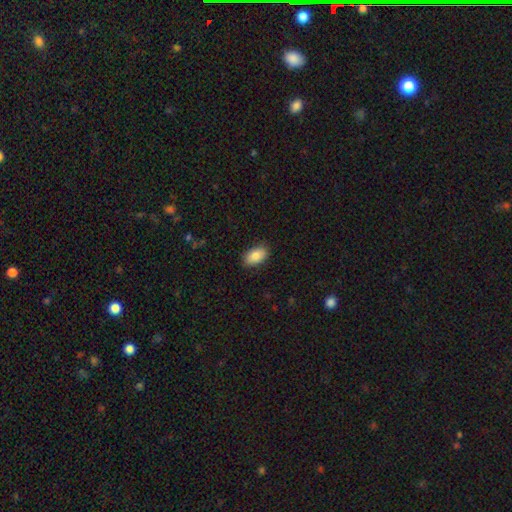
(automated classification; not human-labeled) Smooth or featured? Predicted: smooth (p=0.86). How rounded? Predicted: in between (p=0.93). Merging? Predicted: none (p=0.87).